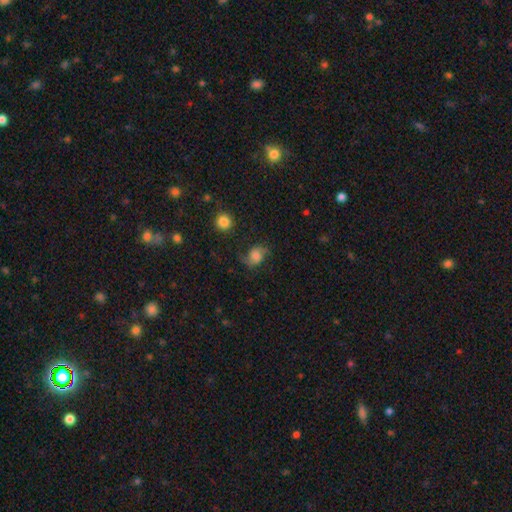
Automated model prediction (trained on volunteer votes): smooth_or_featured: featured or disk (p=0.65) [alt: smooth p=0.25]
disk_edge_on: no (p=0.97) [alt: yes p=0.03]
bar: no (p=0.59) [alt: weak p=0.34]
has_spiral_arms: yes (p=0.94) [alt: no p=0.06]
spiral_winding: loose (p=0.59) [alt: medium p=0.33]
spiral_arm_count: 2 (p=0.91) [alt: 1 p=0.03]
bulge_size: large (p=0.29) [alt: moderate p=0.26]
merging: none (p=0.71) [alt: minor disturbance p=0.18]